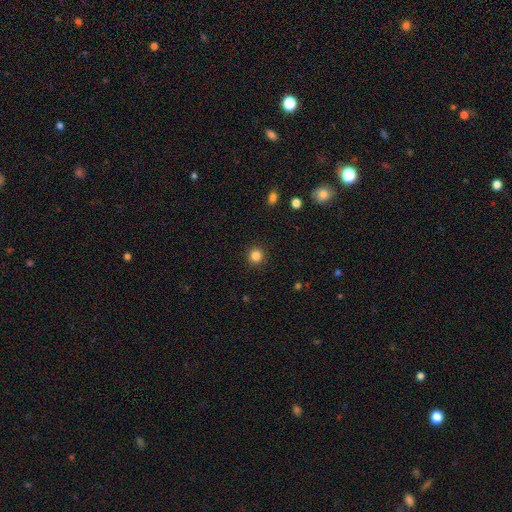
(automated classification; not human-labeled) Morphology: type=smooth (84%); roundness=round (94%); merging=none (92%).